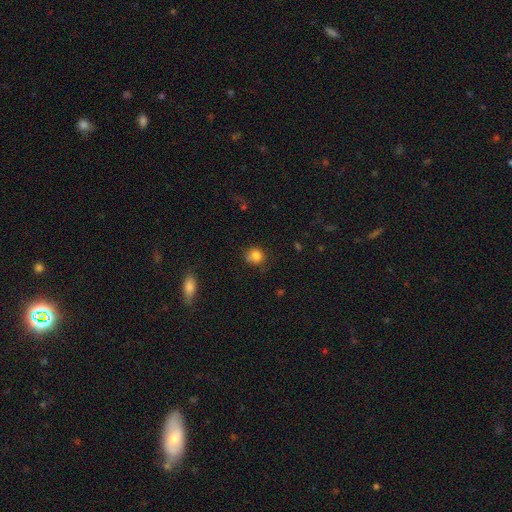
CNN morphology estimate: smooth-or-featured: smooth: 83% | star or artifact: 11% | featured or disk: 6%
  how-rounded: round: 84% | in between: 15% | cigar-shaped: 1%
  merging: none: 74% | minor disturbance: 19% | major disturbance: 4% | merger: 2%